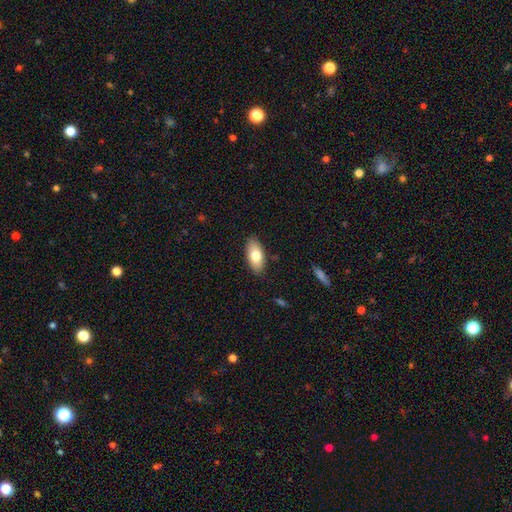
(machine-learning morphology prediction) smooth 76%, featured or disk 18%, star or artifact 7%. Down the decision tree: how rounded — in between (91%); merging — none (87%).